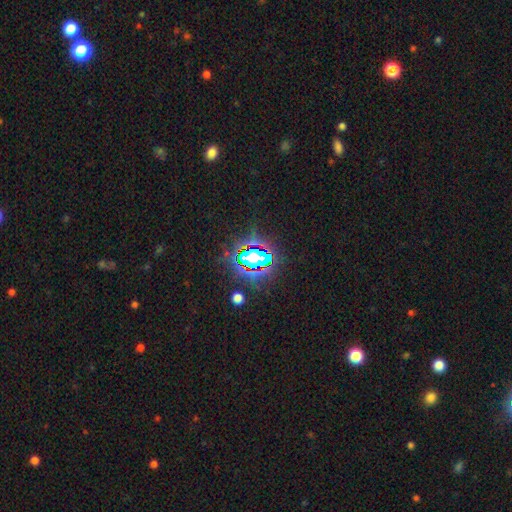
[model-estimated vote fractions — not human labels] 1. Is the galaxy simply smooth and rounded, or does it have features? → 68% star or artifact, 18% smooth, 14% featured or disk.